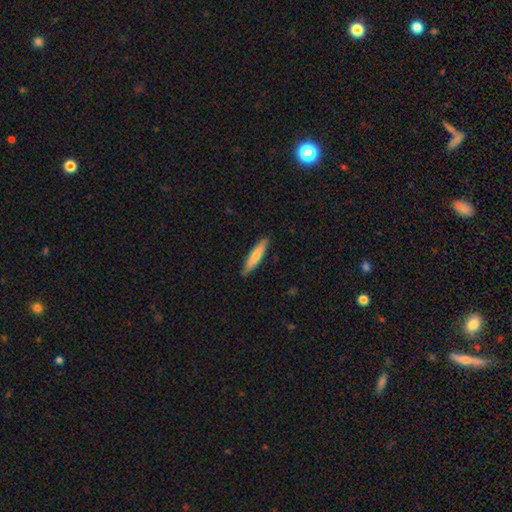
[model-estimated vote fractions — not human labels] smooth_or_featured: smooth (p=0.70) [alt: featured or disk p=0.25]
how_rounded: cigar-shaped (p=0.85) [alt: in between p=0.13]
merging: none (p=0.87) [alt: minor disturbance p=0.11]